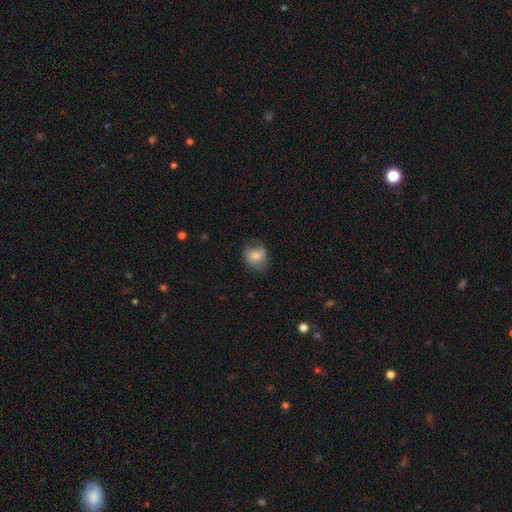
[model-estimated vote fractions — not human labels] Overall: smooth (70%). How rounded: round (50%; in between 49%). Merging: none (56%; minor disturbance 29%).